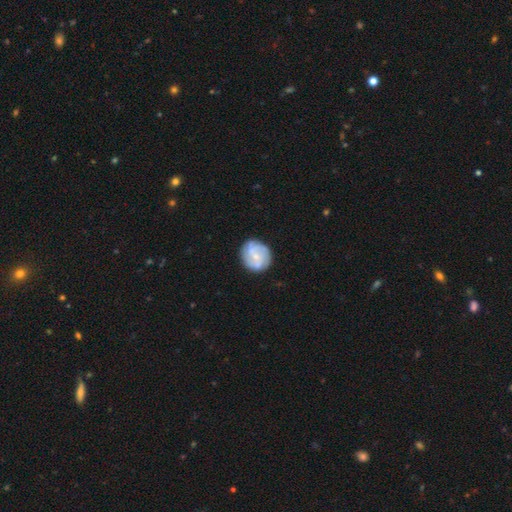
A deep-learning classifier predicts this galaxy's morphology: A featured or disk galaxy (65%) with no bar (59%), medium (40%) spiral arms (81%) and a small central bulge (67%).

Vote fractions:
- Smooth or featured? featured or disk: 65% / smooth: 29% / star or artifact: 6%
- Edge-on disk? no: 98% / yes: 2%
- Bar? no: 59% / weak: 34% / strong: 7%
- Spiral arms? yes: 81% / no: 19%
- Spiral winding? medium: 40% / tight: 39% / loose: 21%
- Spiral arm count? can't tell: 30% / 2: 26% / 3: 25% / 4: 10% / 1: 5% / more than 4: 4%
- Bulge size? small: 67% / moderate: 25% / none: 6% / large: 1% / dominant: 1%
- Merging? none: 78% / minor disturbance: 15% / major disturbance: 5% / merger: 2%